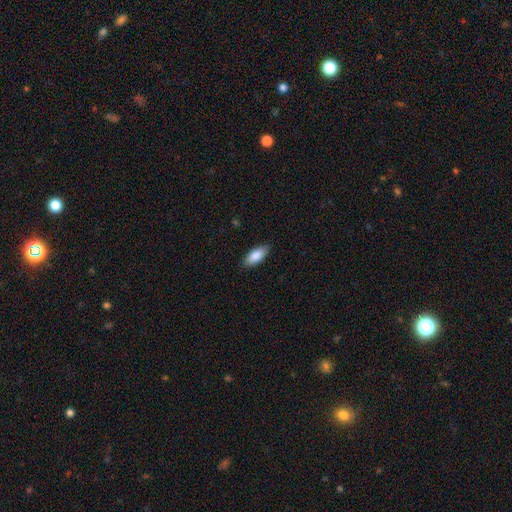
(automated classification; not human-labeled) smooth_or_featured: smooth (p=0.86) [alt: featured or disk p=0.08]
how_rounded: in between (p=0.82) [alt: cigar-shaped p=0.16]
merging: none (p=0.85) [alt: minor disturbance p=0.12]